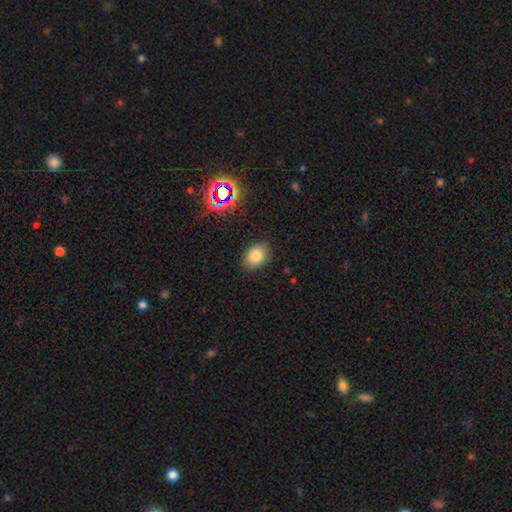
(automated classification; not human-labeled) Q: Smooth or featured?
A: smooth (80%); runner-up: star or artifact (13%)
Q: How rounded?
A: in between (70%); runner-up: round (29%)
Q: Merging?
A: none (86%); runner-up: minor disturbance (10%)